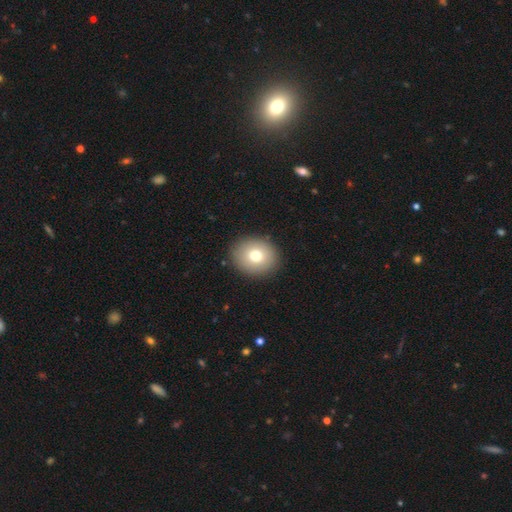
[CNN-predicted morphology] smooth_or_featured: smooth (p=0.76) [alt: featured or disk p=0.14]
how_rounded: round (p=0.66) [alt: in between p=0.33]
merging: none (p=0.89) [alt: minor disturbance p=0.07]